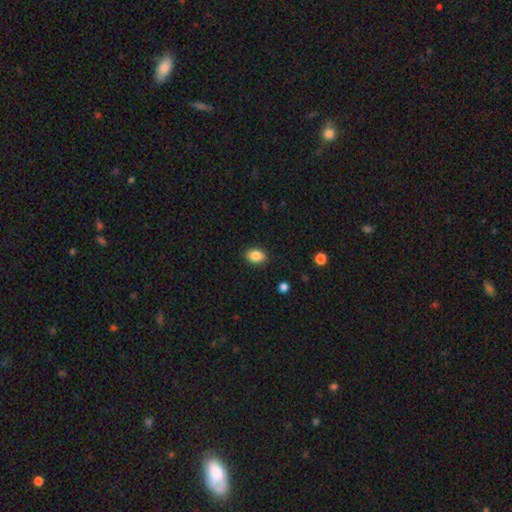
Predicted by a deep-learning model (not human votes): This appears to be a smooth galaxy with no disk features (86%) that is in between round and cigar-shaped (73%). Merging: none (89%).